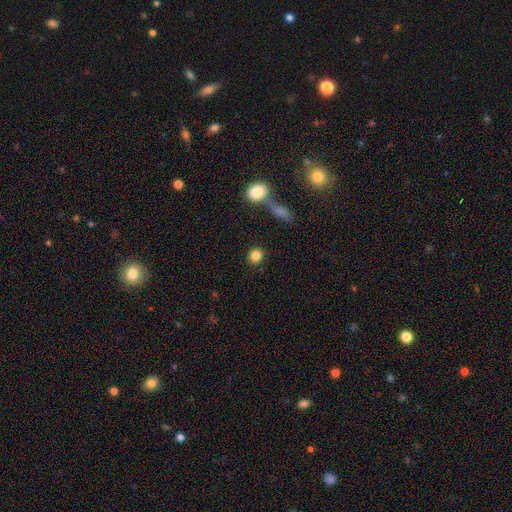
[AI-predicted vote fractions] Smooth or featured? Predicted: smooth (p=0.85). How rounded? Predicted: round (p=0.83). Merging? Predicted: none (p=0.86).